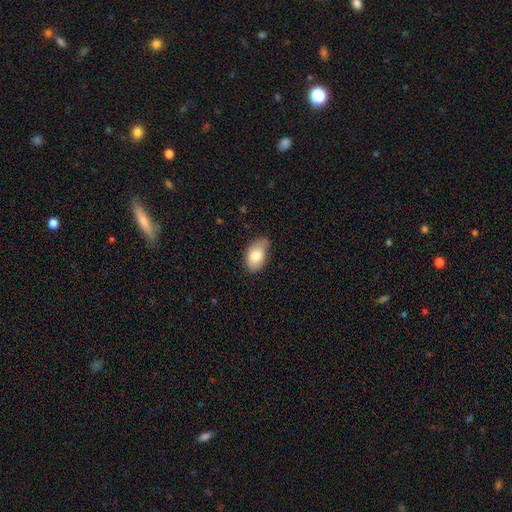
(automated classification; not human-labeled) Morphology: type=smooth (81%); roundness=in between (91%); merging=none (54%).